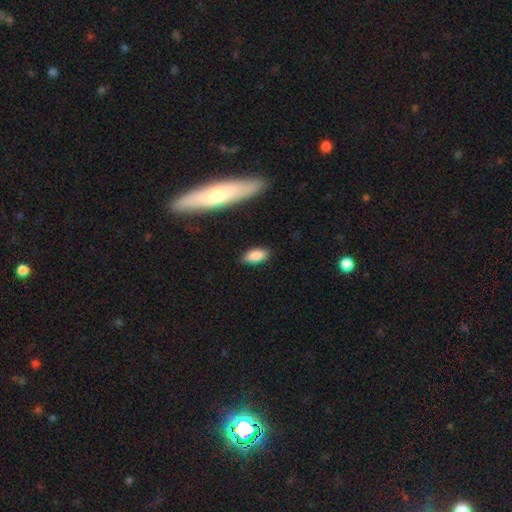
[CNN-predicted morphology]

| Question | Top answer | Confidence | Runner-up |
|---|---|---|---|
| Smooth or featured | smooth | 86% | featured or disk (7%) |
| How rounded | in between | 89% | cigar-shaped (7%) |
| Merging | none | 81% | minor disturbance (14%) |